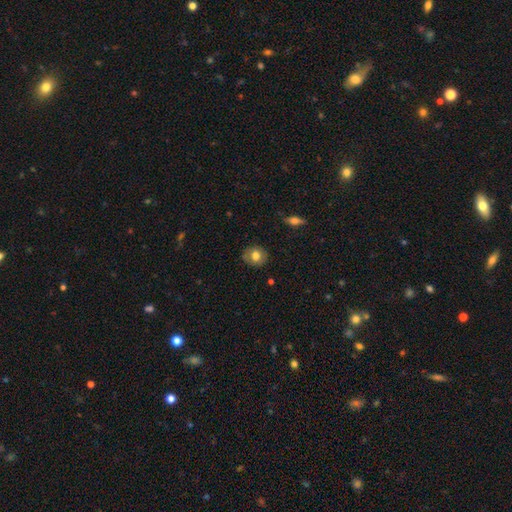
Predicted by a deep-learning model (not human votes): smooth 76%, featured or disk 15%, star or artifact 9%. Down the decision tree: how rounded — round (75%); merging — none (86%).